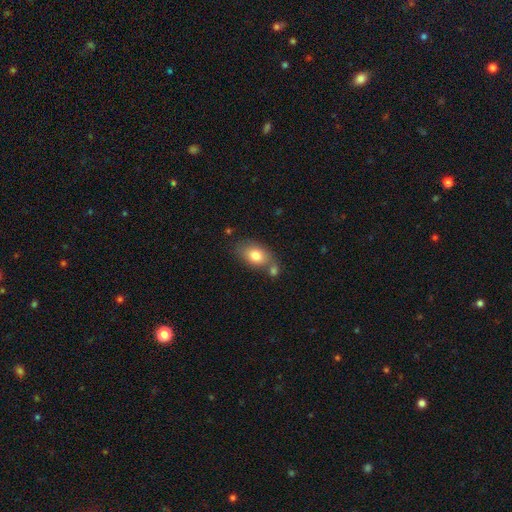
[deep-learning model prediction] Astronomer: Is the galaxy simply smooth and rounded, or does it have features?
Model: smooth — 78%.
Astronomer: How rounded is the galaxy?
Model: in between — 85%.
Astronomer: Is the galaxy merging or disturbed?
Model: none — 53%.